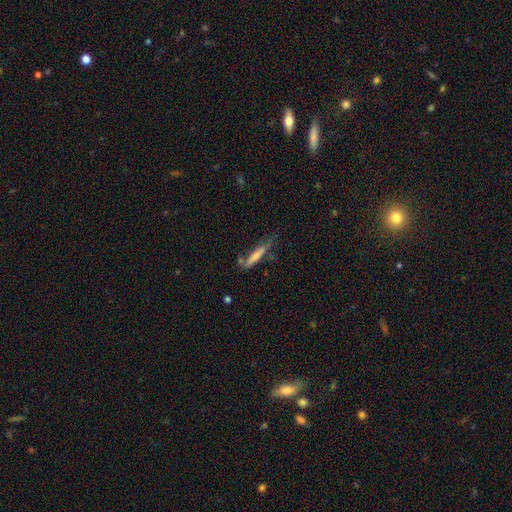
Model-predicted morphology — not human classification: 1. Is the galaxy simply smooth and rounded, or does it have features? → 52% smooth, 40% featured or disk, 8% star or artifact.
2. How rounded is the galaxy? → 89% cigar-shaped, 9% in between, 2% round.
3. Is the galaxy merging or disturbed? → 58% none, 24% minor disturbance, 10% major disturbance, 8% merger.